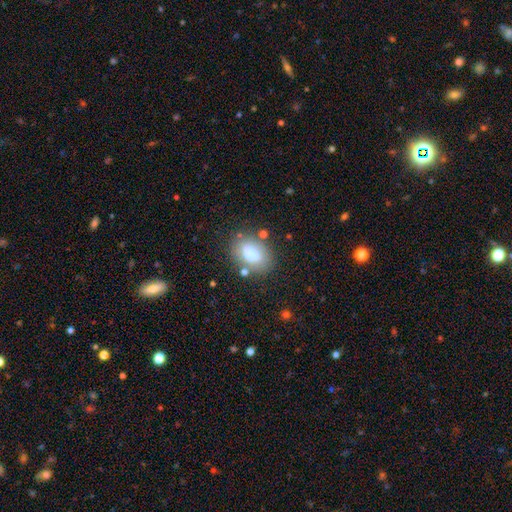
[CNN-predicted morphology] Q: Smooth or featured?
A: smooth (69%); runner-up: featured or disk (21%)
Q: How rounded?
A: in between (79%); runner-up: round (20%)
Q: Merging?
A: none (60%); runner-up: minor disturbance (20%)